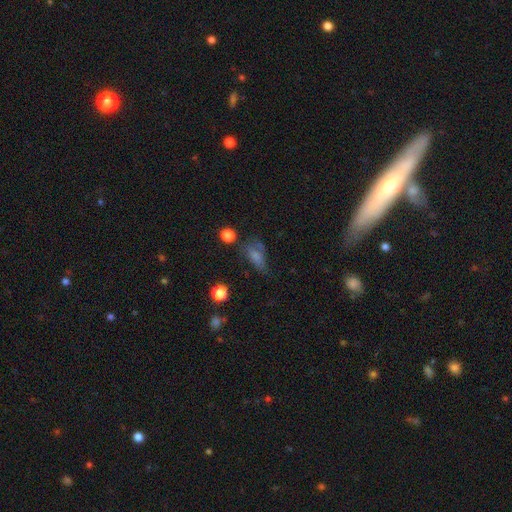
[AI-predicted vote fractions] This appears to be a smooth galaxy with no disk features (46%). Merging: none (52%).